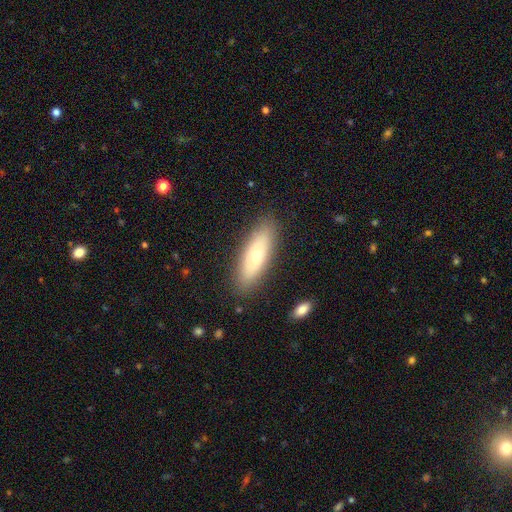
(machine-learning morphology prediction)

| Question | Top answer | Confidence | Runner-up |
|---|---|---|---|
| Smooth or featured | smooth | 60% | featured or disk (33%) |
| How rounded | in between | 53% | cigar-shaped (45%) |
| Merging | none | 87% | minor disturbance (9%) |